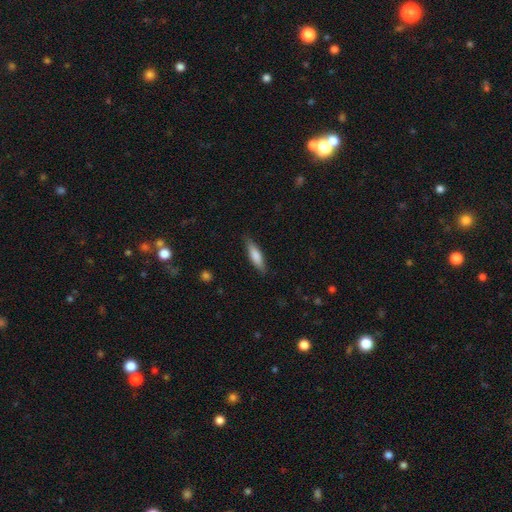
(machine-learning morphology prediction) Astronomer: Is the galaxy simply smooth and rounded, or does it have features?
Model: smooth — 76%.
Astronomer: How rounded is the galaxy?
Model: cigar-shaped — 68%.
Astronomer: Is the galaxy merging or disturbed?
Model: none — 85%.